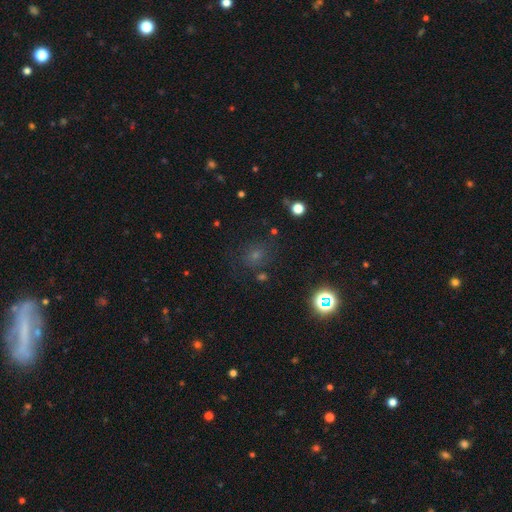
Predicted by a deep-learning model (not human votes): smooth_or_featured: smooth (p=0.50) [alt: star or artifact p=0.38]
merging: none (p=0.77) [alt: minor disturbance p=0.13]